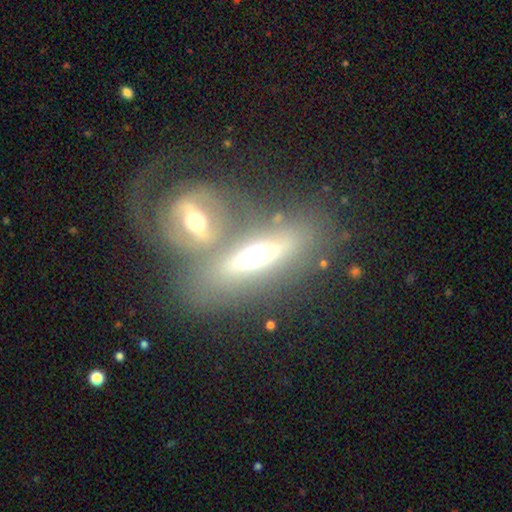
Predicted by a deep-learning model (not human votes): A featured or disk galaxy (62%) viewed edge-on (51%).

Vote fractions:
- Smooth or featured? featured or disk: 62% / smooth: 31% / star or artifact: 7%
- Edge-on disk? yes: 51% / no: 49%
- Merging? merger: 57% / none: 28% / minor disturbance: 9% / major disturbance: 7%